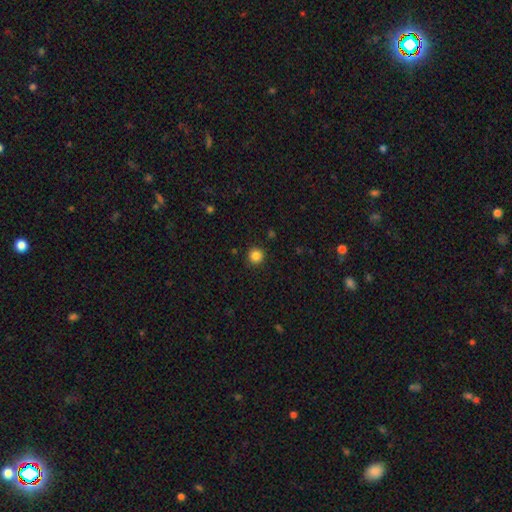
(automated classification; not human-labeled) This appears to be a smooth galaxy with no disk features (84%) that is round (95%). Merging: none (92%).